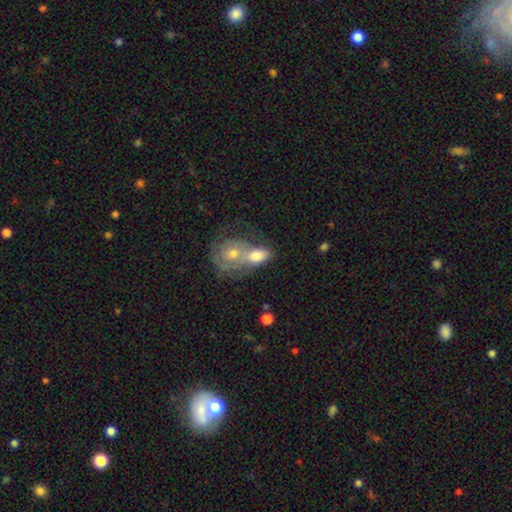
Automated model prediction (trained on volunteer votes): Morphology: type=smooth (57%); roundness=in between (78%); merging=merger (63%).